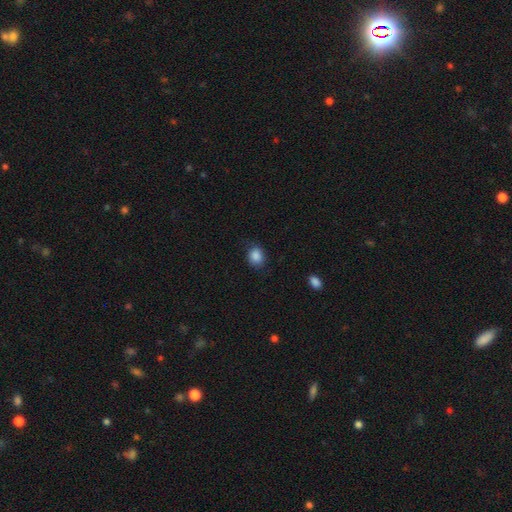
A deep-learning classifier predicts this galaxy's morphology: smooth 88%, star or artifact 9%, featured or disk 3%. Down the decision tree: how rounded — round (55%); merging — none (79%).